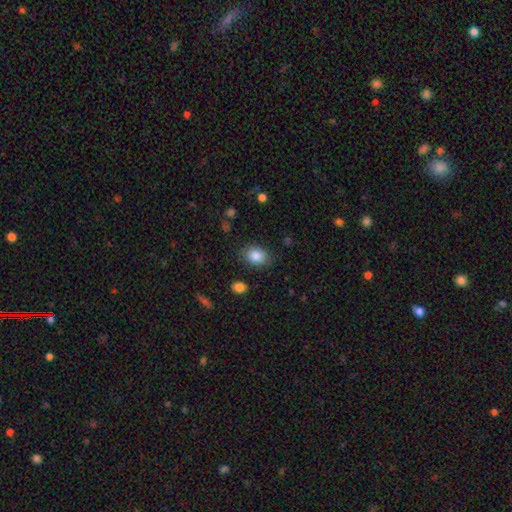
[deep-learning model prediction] Overall: smooth (85%). How rounded: in between (69%; round 30%). Merging: none (83%).